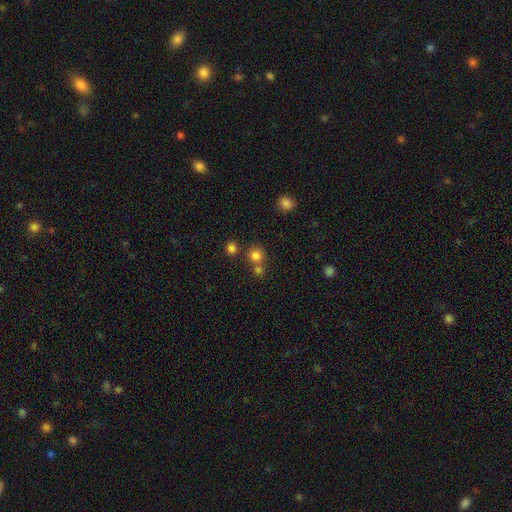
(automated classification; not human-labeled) Smooth or featured? smooth (78%)
How rounded? round (90%)
Merging? none (65%)